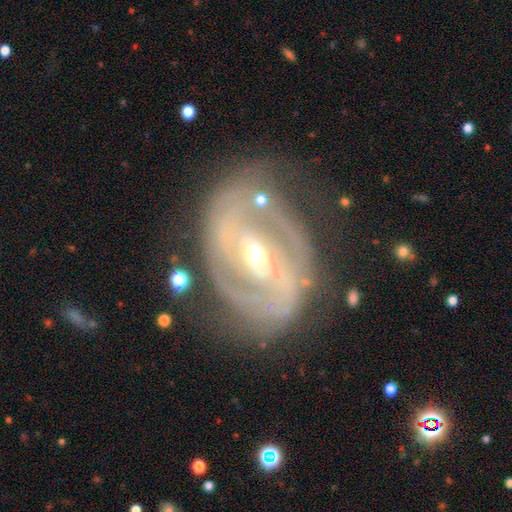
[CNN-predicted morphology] The model was most divided on "spiral winding": tight: 52%, medium: 38%, loose: 10%. More confident: edge-on disk — no (96%); spiral arms — yes (91%); smooth or featured — featured or disk (88%); merging — none (68%); spiral arm count — 2 (64%); bulge size — small (58%); bar — strong (54%).